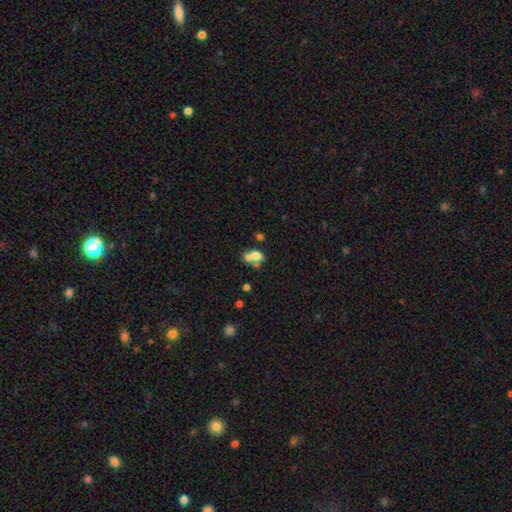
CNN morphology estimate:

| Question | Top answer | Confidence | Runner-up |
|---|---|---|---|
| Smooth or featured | smooth | 68% | featured or disk (22%) |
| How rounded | in between | 67% | round (31%) |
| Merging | merger | 60% | none (25%) |